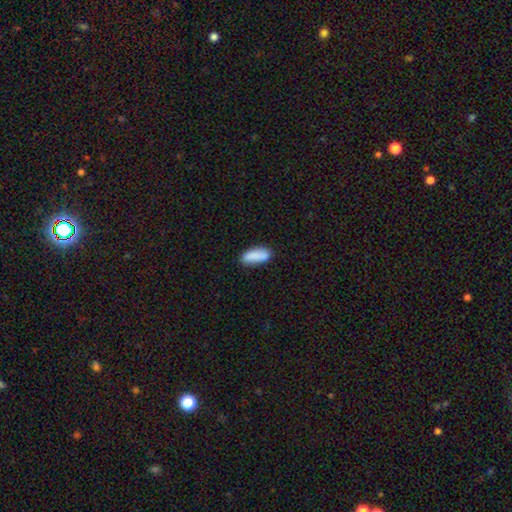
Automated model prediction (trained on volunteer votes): Overall: smooth (86%). How rounded: in between (76%). Merging: none (73%).